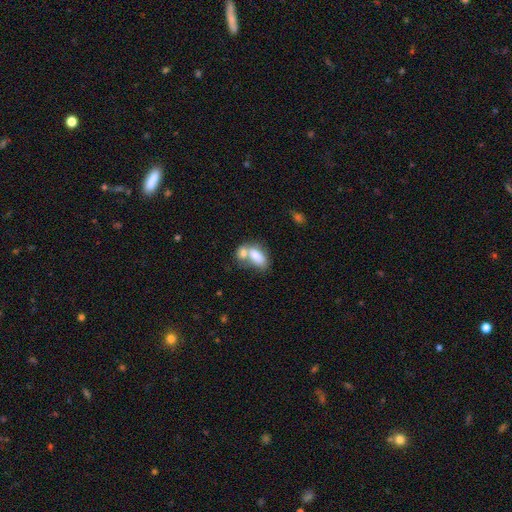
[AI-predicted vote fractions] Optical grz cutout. It shows a smooth galaxy with no disk features (79%) that is in between round and cigar-shaped (90%). Merging: merger (60%).